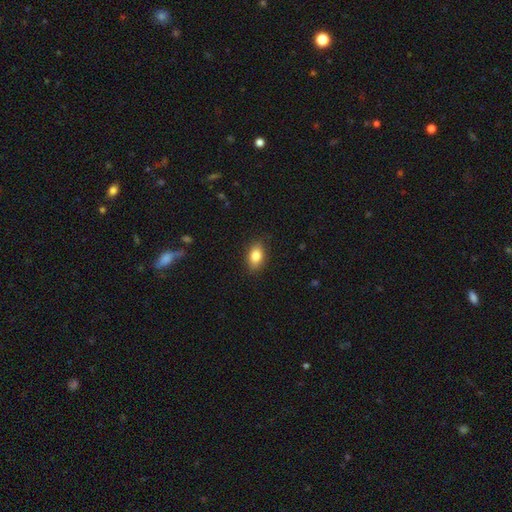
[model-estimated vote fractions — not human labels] Q: Smooth or featured?
A: smooth (83%); runner-up: featured or disk (9%)
Q: How rounded?
A: in between (85%); runner-up: round (11%)
Q: Merging?
A: none (86%); runner-up: minor disturbance (11%)